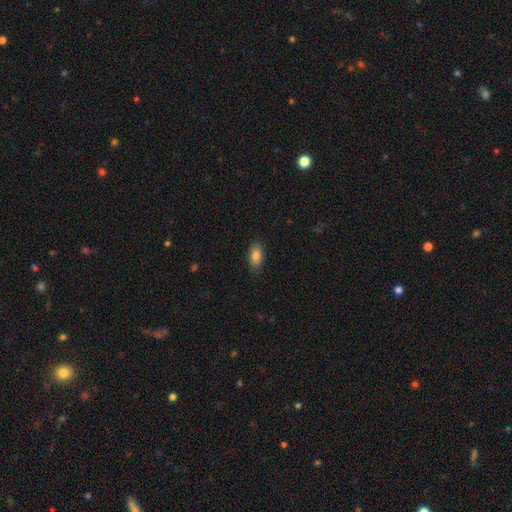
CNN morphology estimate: A smooth galaxy with no disk features (85%) that is in between round and cigar-shaped (90%). Merging: none (84%).